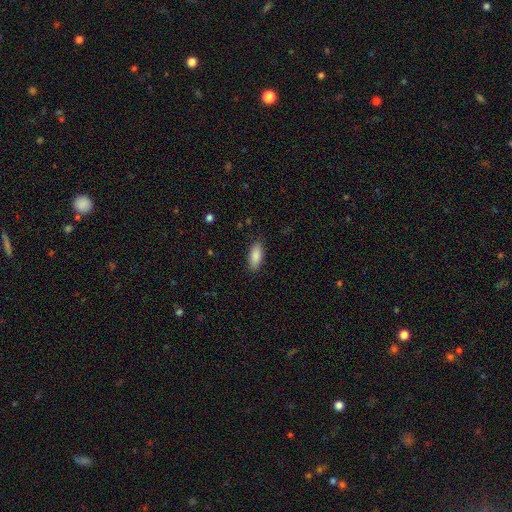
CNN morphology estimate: A smooth galaxy with no disk features (88%) that is in between round and cigar-shaped (83%).

Vote fractions:
- Smooth or featured? smooth: 88% / featured or disk: 6% / star or artifact: 6%
- How rounded? in between: 83% / cigar-shaped: 15% / round: 2%
- Merging? none: 87% / minor disturbance: 10% / major disturbance: 2% / merger: 1%